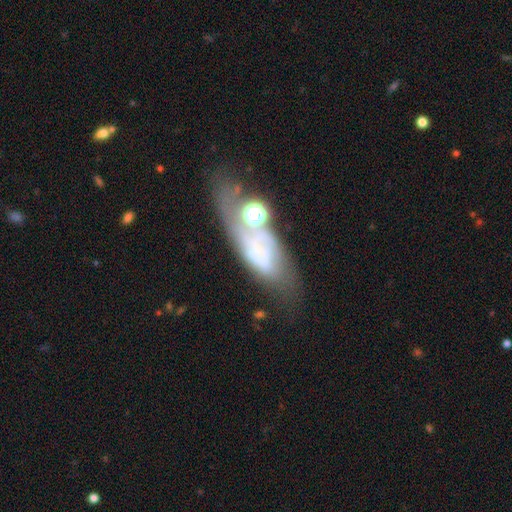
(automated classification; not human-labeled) Smooth or featured? featured or disk (54%)
Edge-on disk? no (85%)
Merging? none (36%)